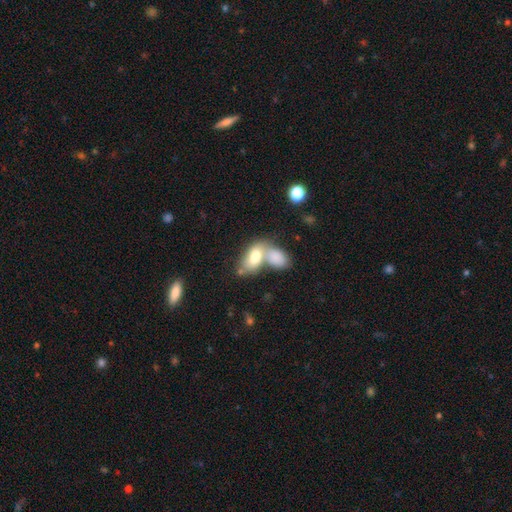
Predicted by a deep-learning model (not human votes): This appears to be a smooth galaxy with no disk features (74%) that is in between round and cigar-shaped (89%). Merging: merger (66%).